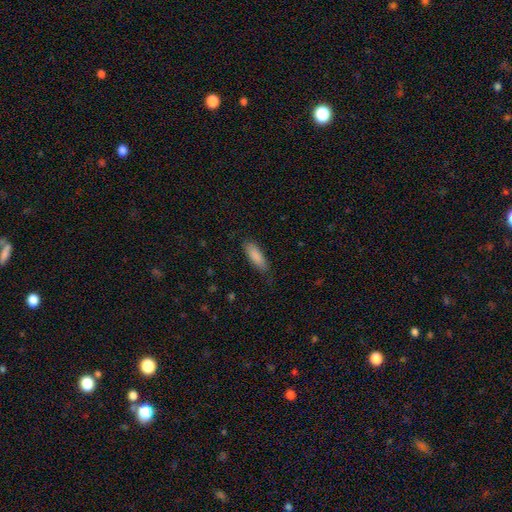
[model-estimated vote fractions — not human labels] This is clearly a smooth galaxy (87%). How rounded: possibly in between (59%). Merging: likely none (80%).